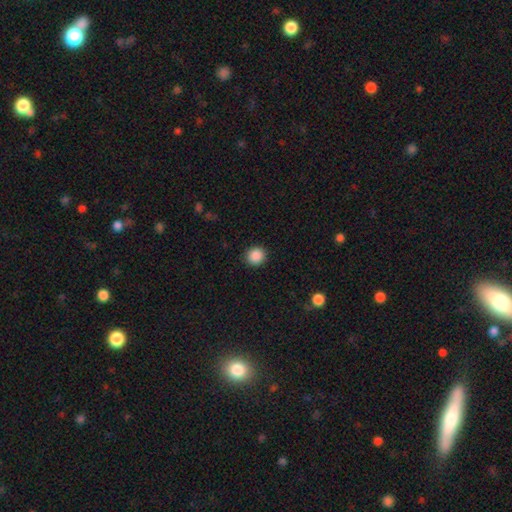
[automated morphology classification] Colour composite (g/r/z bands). It shows a smooth galaxy with no disk features (88%) that is round (89%). Merging: none (91%).